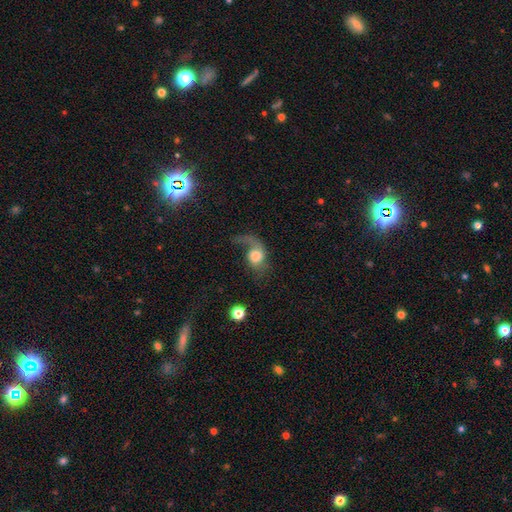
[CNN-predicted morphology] Overall: featured or disk (47%; smooth 44%). Merging: major disturbance (51%; none 27%).